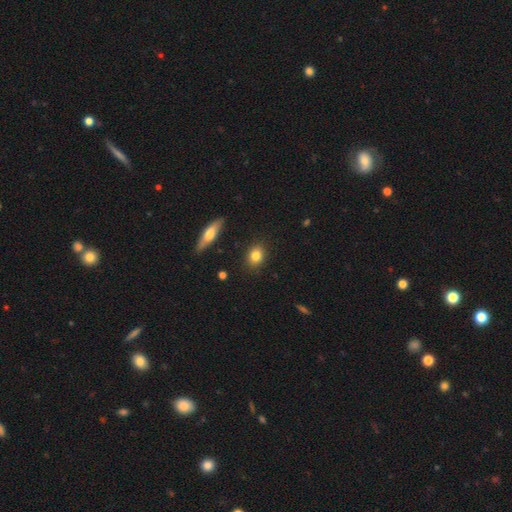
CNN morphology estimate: A smooth galaxy with no disk features (83%) that is round (49%). Merging: none (89%).